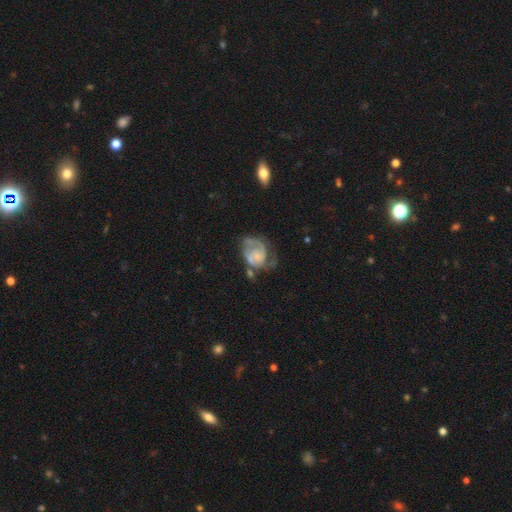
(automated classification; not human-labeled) This is likely a featured or disk galaxy (78%). It is clearly not viewed edge-on (98%). Bar: likely no (69%). Spiral arm pattern: clearly yes (91%). Spiral arm count: possibly 2 (58%). Spiral winding: marginally tight (44%). Central bulge: marginally small (44%). Merging: marginally none (38%).